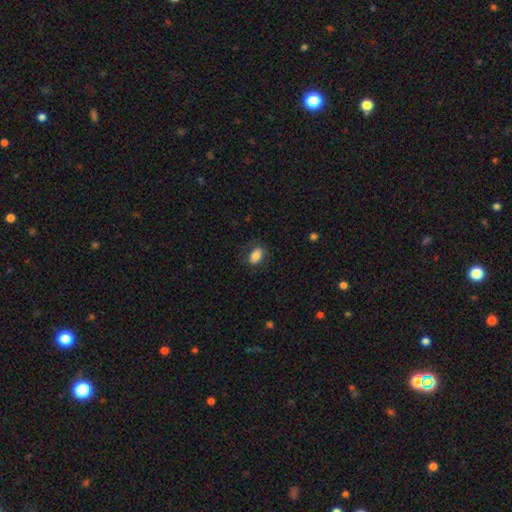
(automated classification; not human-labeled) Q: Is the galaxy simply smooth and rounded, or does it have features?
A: smooth — 81%.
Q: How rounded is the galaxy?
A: in between — 86%.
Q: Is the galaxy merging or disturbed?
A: none — 74%.